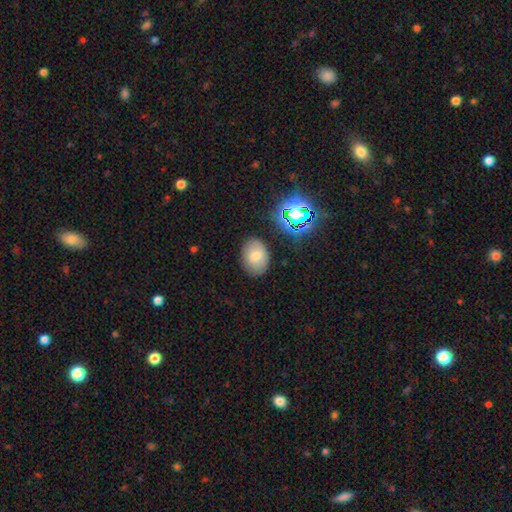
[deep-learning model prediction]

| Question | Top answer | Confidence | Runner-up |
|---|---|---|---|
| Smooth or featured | smooth | 63% | star or artifact (19%) |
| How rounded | in between | 70% | round (29%) |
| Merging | none | 83% | minor disturbance (12%) |